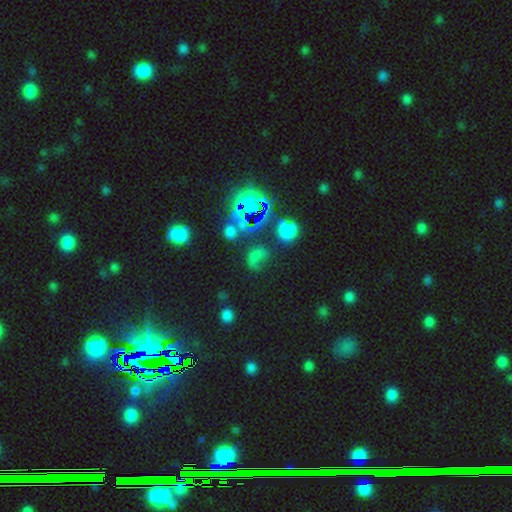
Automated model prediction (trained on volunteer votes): Q: Smooth or featured?
A: smooth (43%); runner-up: star or artifact (40%)
Q: Merging?
A: none (41%); runner-up: major disturbance (26%)